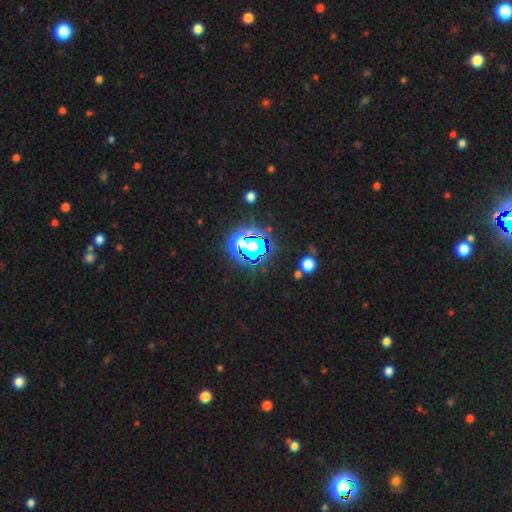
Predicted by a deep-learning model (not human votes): Overall: star or artifact (80%).